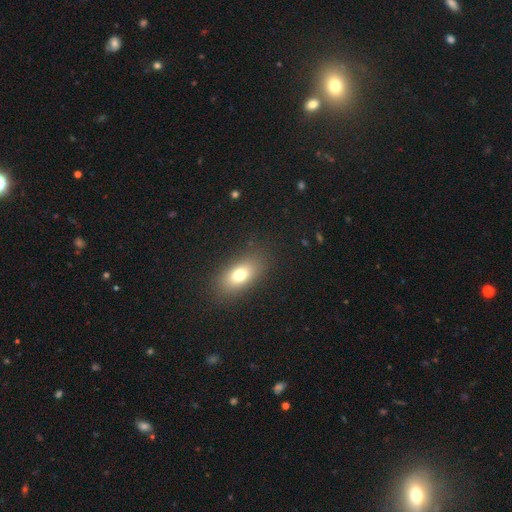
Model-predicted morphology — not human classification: This is likely a smooth galaxy (67%). How rounded: clearly in between (83%). Merging: clearly none (88%).